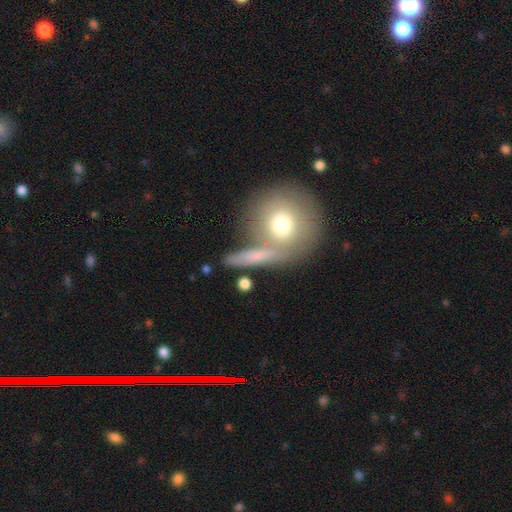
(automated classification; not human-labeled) The model was most divided on "how rounded": round: 56%, cigar-shaped: 26%, in between: 18%. More confident: smooth or featured — smooth (66%); merging — none (59%).